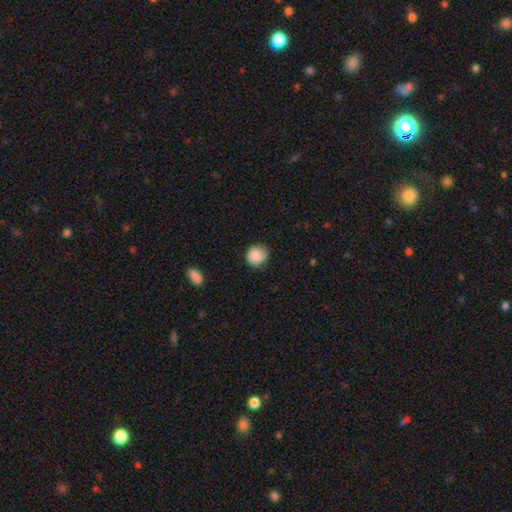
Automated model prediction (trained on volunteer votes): The model was most divided on "merging": none: 80%, minor disturbance: 16%, major disturbance: 3%, merger: 1%. More confident: smooth or featured — smooth (88%); how rounded — round (88%).